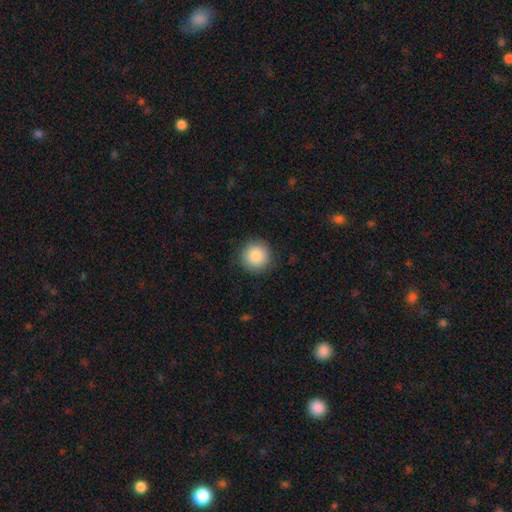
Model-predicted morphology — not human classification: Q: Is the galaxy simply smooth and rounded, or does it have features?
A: smooth — 87%.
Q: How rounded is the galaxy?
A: round — 95%.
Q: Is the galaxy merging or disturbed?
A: none — 88%.